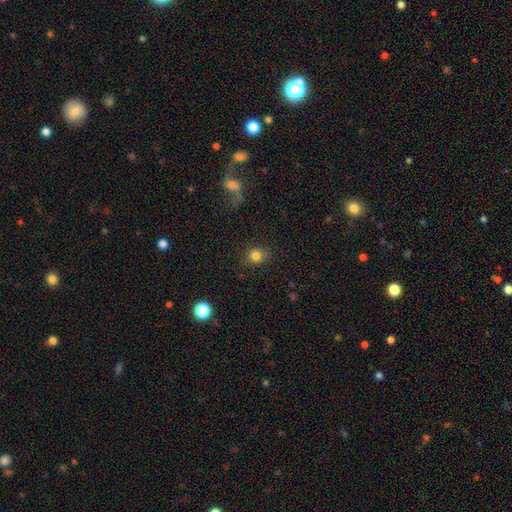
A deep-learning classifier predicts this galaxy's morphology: Smooth or featured?
  - smooth: 82% *
  - star or artifact: 12%
  - featured or disk: 6%
How rounded?
  - round: 77% *
  - in between: 22%
  - cigar-shaped: 1%
Merging?
  - none: 83% *
  - minor disturbance: 11%
  - major disturbance: 4%
  - merger: 2%